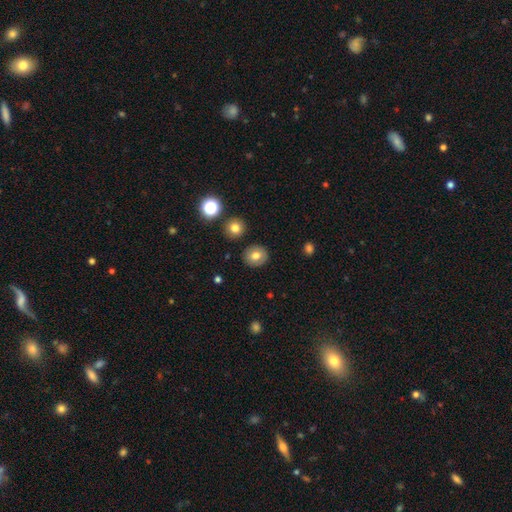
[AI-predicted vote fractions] Smooth or featured: smooth — 76% (featured or disk — 14%)
How rounded: round — 76% (in between — 23%)
Merging: none — 89% (minor disturbance — 7%)